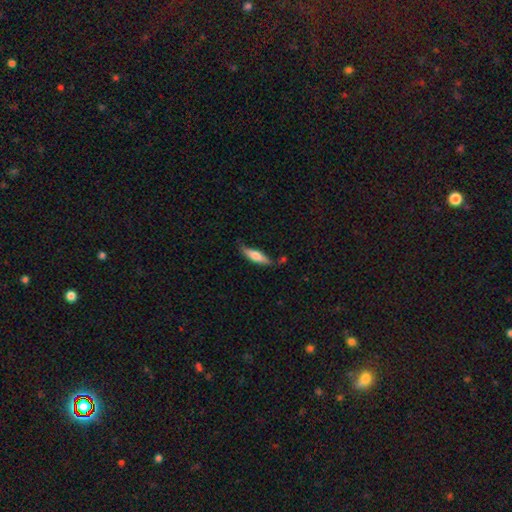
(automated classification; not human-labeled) Smooth or featured: smooth — 66% (featured or disk — 29%)
How rounded: cigar-shaped — 64% (in between — 34%)
Merging: none — 73% (minor disturbance — 19%)